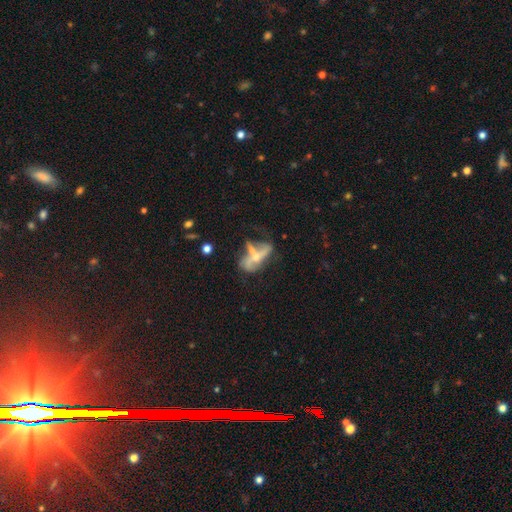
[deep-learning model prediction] Morphology: type=featured or disk (57%); edge-on=no (82%); merging=merger (36%).